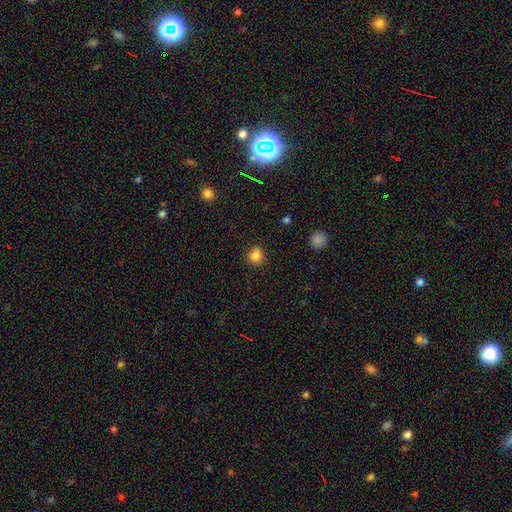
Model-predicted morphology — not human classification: smooth_or_featured: smooth (p=0.84) [alt: star or artifact p=0.11]
how_rounded: round (p=0.77) [alt: in between p=0.22]
merging: none (p=0.86) [alt: minor disturbance p=0.10]